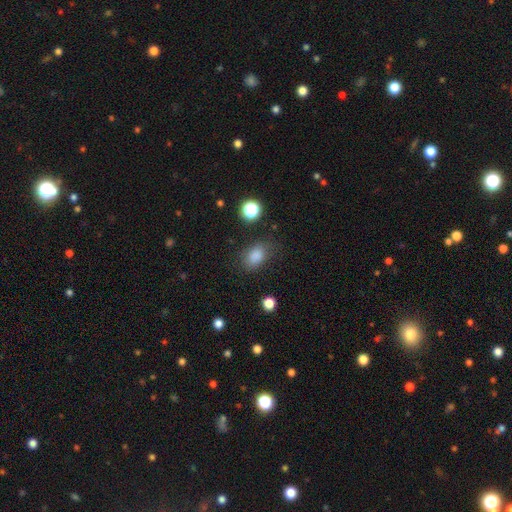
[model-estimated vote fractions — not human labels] Morphology: type=smooth (82%); roundness=in between (75%); merging=none (69%).